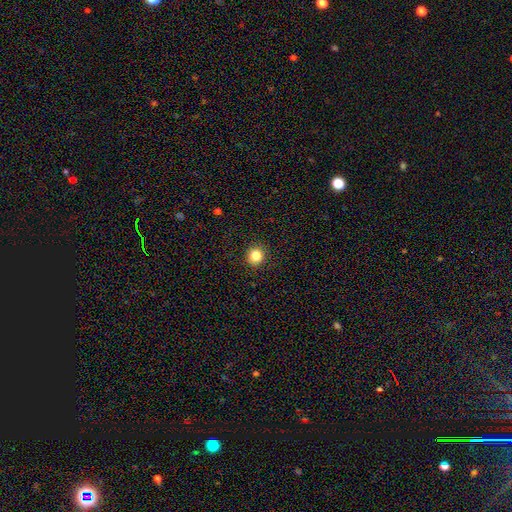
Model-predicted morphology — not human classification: smooth 84%, star or artifact 11%, featured or disk 5%. Down the decision tree: how rounded — round (89%); merging — none (91%).